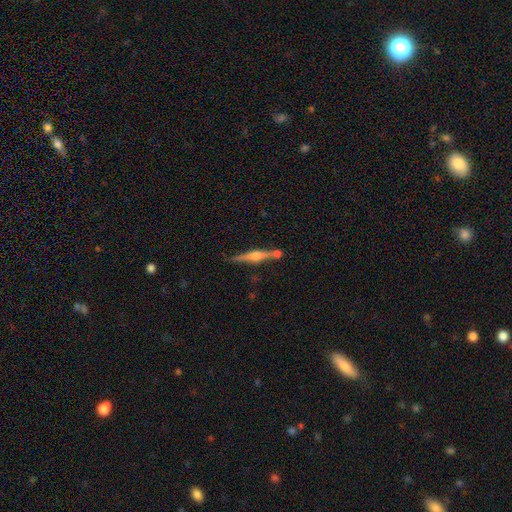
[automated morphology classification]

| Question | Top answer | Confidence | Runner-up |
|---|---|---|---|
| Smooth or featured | featured or disk | 78% | smooth (15%) |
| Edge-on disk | yes | 98% | no (2%) |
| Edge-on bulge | rounded | 92% | boxy (5%) |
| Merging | none | 76% | merger (11%) |